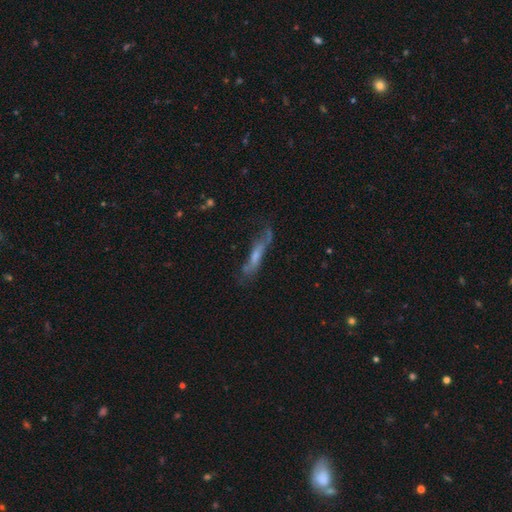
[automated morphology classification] Smooth or featured: featured or disk — 55% (smooth — 33%)
Edge-on disk: yes — 57% (no — 43%)
Merging: none — 51% (minor disturbance — 24%)